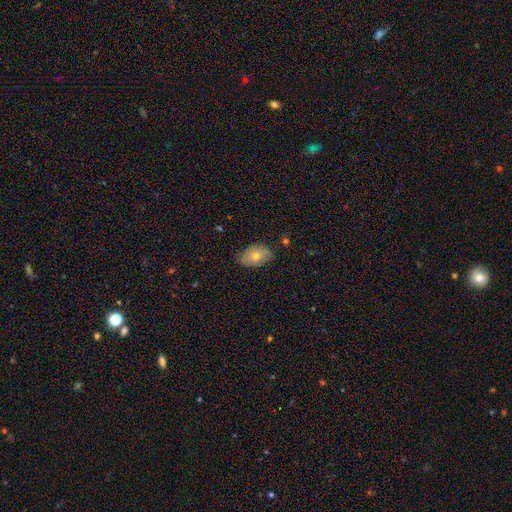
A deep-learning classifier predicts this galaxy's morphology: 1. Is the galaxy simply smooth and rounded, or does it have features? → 57% smooth, 34% featured or disk, 9% star or artifact.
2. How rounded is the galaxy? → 85% in between, 13% round, 2% cigar-shaped.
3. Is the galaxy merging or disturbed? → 75% none, 20% minor disturbance, 3% major disturbance, 1% merger.